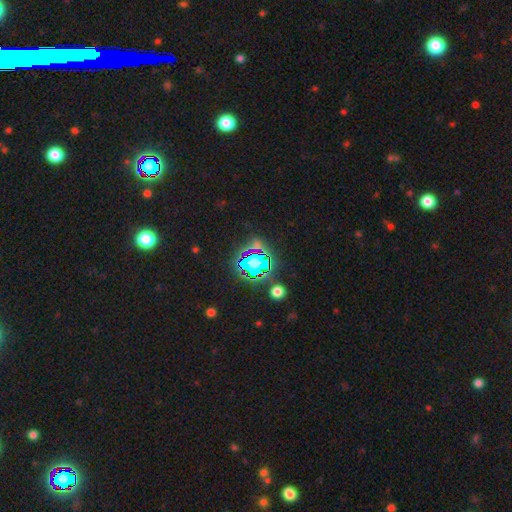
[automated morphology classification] Overall: star or artifact (77%).